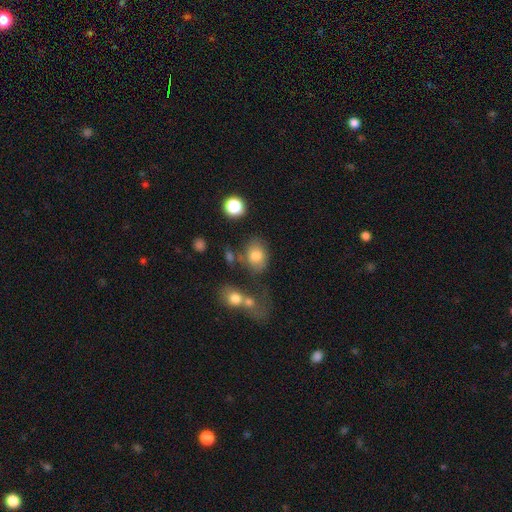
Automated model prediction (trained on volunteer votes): smooth 76%, featured or disk 14%, star or artifact 11%. Down the decision tree: how rounded — in between (66%); merging — none (55%).